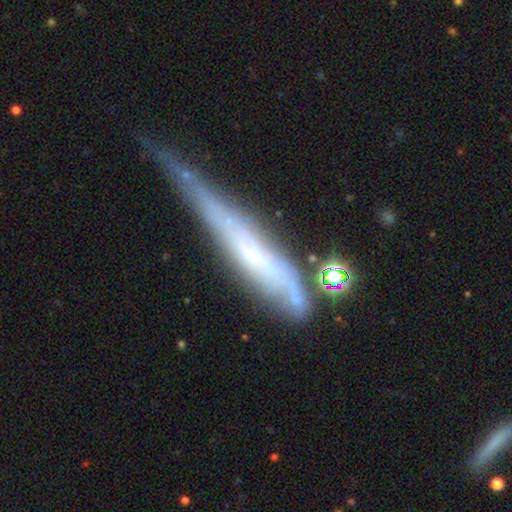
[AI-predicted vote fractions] Smooth or featured?
  - featured or disk: 67% *
  - smooth: 25%
  - star or artifact: 8%
Edge-on disk?
  - yes: 72% *
  - no: 28%
Merging?
  - none: 36% *
  - minor disturbance: 35%
  - major disturbance: 22%
  - merger: 7%